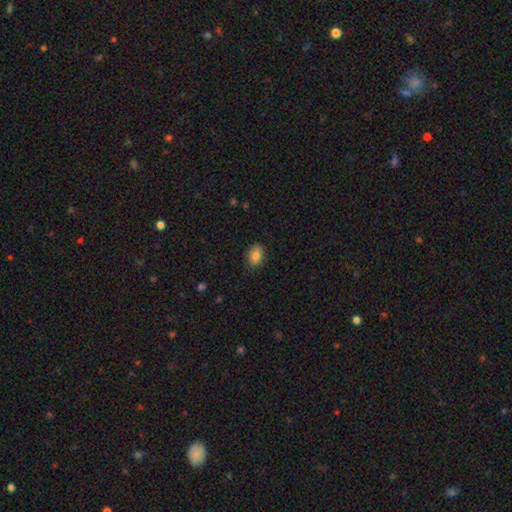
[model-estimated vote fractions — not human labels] This appears to be a smooth galaxy with no disk features (85%) that is in between round and cigar-shaped (73%). Merging: none (82%).